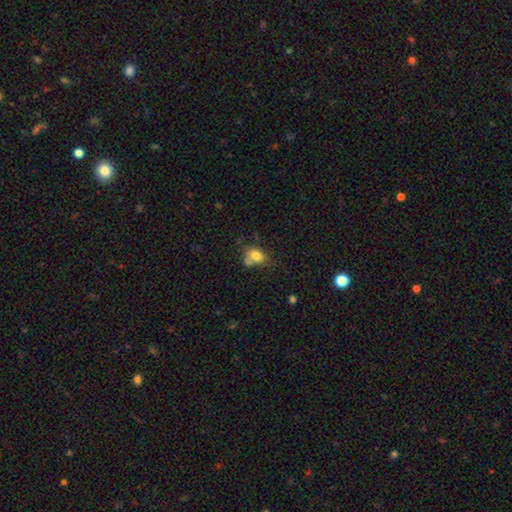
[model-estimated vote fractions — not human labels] Smooth or featured: smooth — 78% (featured or disk — 11%)
How rounded: in between — 58% (round — 40%)
Merging: none — 40% (merger — 25%)